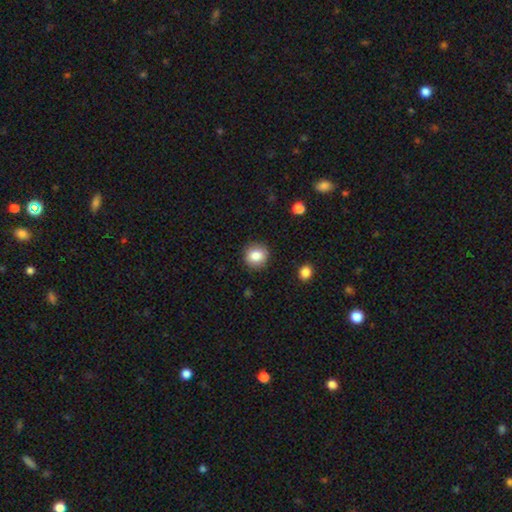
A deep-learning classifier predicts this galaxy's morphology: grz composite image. It shows a smooth galaxy with no disk features (84%) that is round (88%). Merging: none (89%).